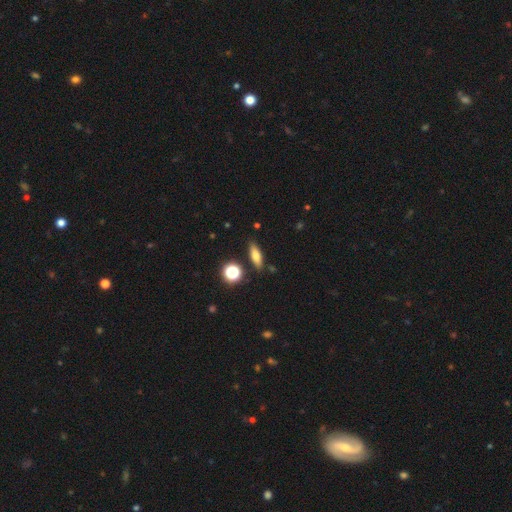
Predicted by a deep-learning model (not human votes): A smooth galaxy with no disk features (71%) that is in between round and cigar-shaped (54%). Merging: none (83%).